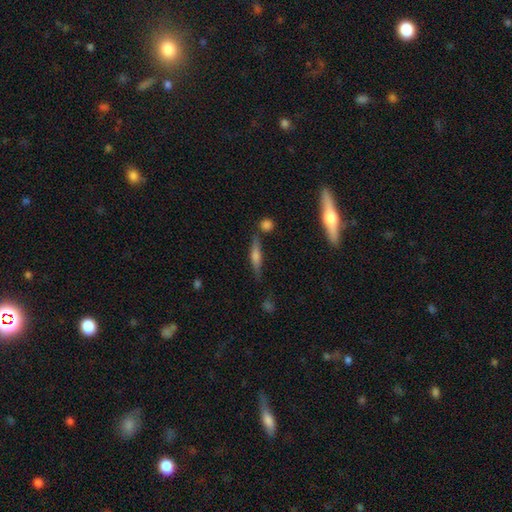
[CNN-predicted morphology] The model was most divided on "smooth or featured": featured or disk: 61%, smooth: 31%, star or artifact: 9%. More confident: edge-on disk — yes (95%); edge-on bulge — rounded (82%); merging — none (77%).